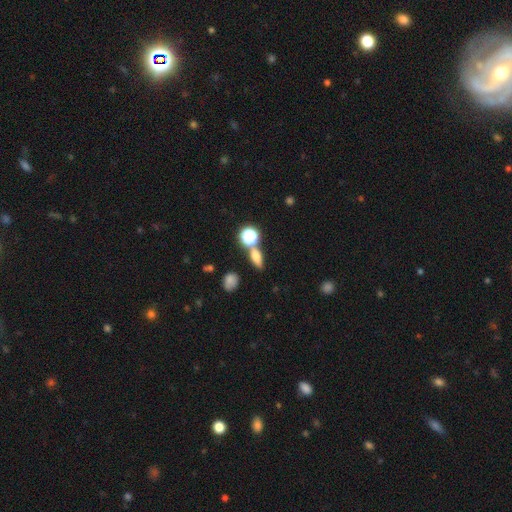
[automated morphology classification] smooth_or_featured: smooth (p=0.63) [alt: star or artifact p=0.21]
how_rounded: in between (p=0.54) [alt: round p=0.24]
merging: none (p=0.66) [alt: merger p=0.18]